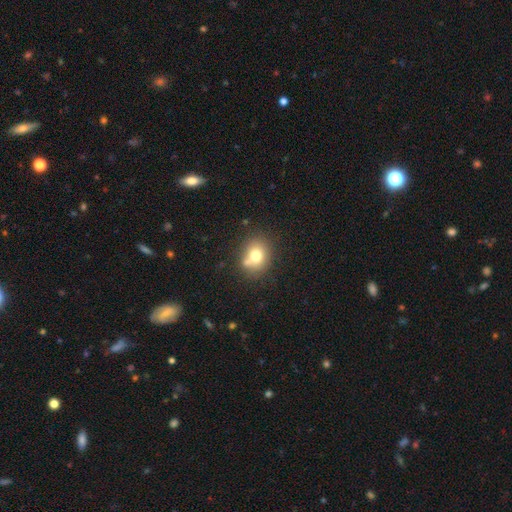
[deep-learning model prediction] Smooth or featured? smooth (73%)
How rounded? round (64%)
Merging? none (62%)